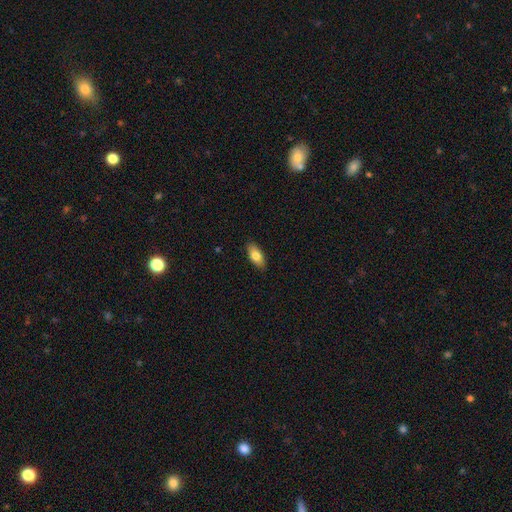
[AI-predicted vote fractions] Smooth or featured: smooth — 79% (featured or disk — 15%)
How rounded: in between — 84% (cigar-shaped — 13%)
Merging: none — 88% (minor disturbance — 9%)